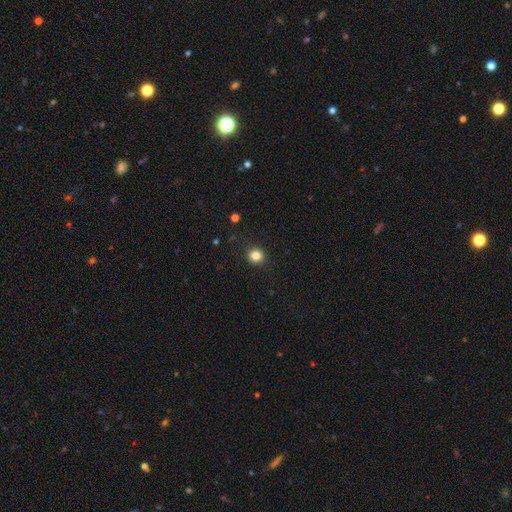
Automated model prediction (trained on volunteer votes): Smooth or featured: smooth — 83% (star or artifact — 12%)
How rounded: round — 91% (in between — 8%)
Merging: none — 91% (minor disturbance — 6%)